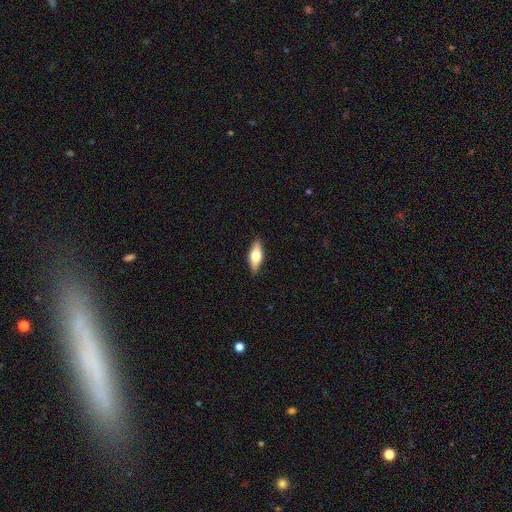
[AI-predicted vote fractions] The model was most divided on "smooth or featured": smooth: 54%, featured or disk: 40%, star or artifact: 6%. More confident: merging — none (88%); how rounded — in between (68%).